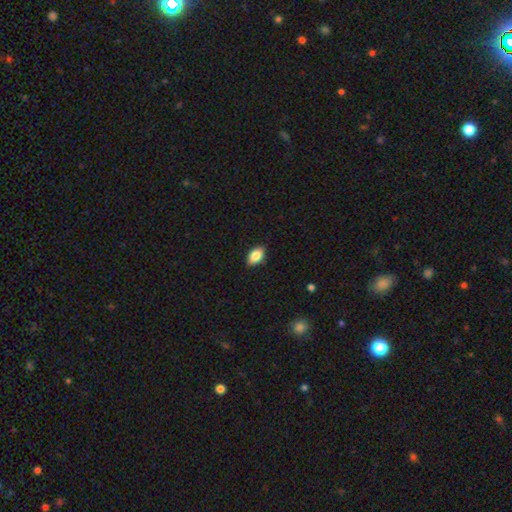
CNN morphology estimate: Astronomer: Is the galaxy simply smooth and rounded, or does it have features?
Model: smooth — 85%.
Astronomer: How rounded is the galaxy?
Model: in between — 90%.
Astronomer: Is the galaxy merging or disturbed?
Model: none — 87%.